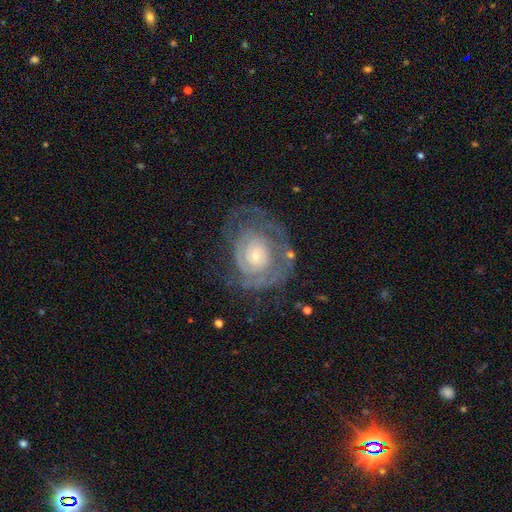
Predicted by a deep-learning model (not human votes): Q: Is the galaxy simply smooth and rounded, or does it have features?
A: featured or disk — 79%.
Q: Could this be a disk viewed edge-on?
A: no — 97%.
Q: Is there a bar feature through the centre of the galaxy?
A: no — 79%.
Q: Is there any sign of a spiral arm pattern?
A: yes — 83%.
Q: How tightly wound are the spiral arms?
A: tight — 72%.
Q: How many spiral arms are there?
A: can't tell — 47%.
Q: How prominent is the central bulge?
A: small — 69%.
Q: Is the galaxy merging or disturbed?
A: none — 61%.